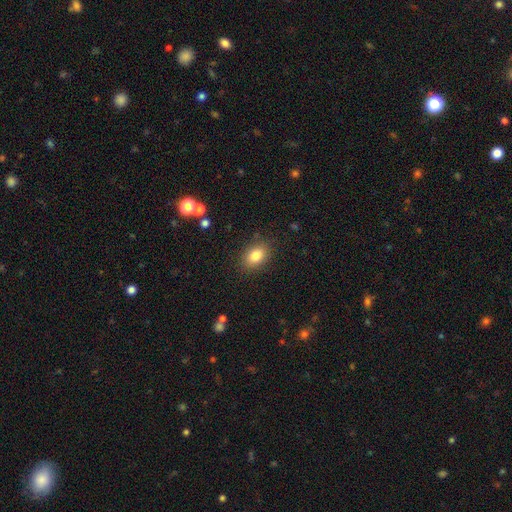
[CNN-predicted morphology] smooth 82%, star or artifact 10%, featured or disk 8%. Down the decision tree: how rounded — in between (77%); merging — none (85%).